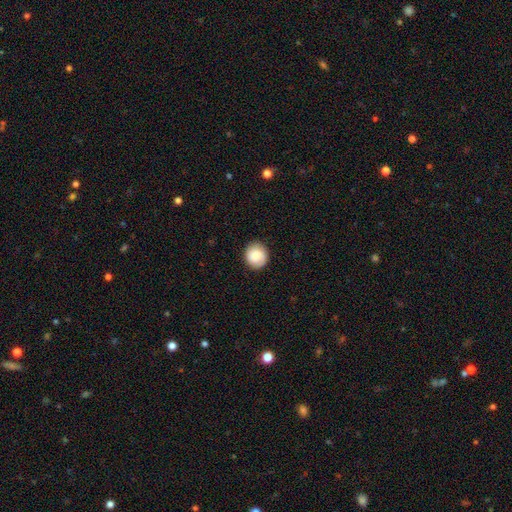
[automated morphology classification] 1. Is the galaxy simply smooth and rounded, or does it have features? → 78% smooth, 14% featured or disk, 7% star or artifact.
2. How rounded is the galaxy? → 86% round, 13% in between, 1% cigar-shaped.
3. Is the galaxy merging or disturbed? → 87% none, 10% minor disturbance, 3% major disturbance, 1% merger.